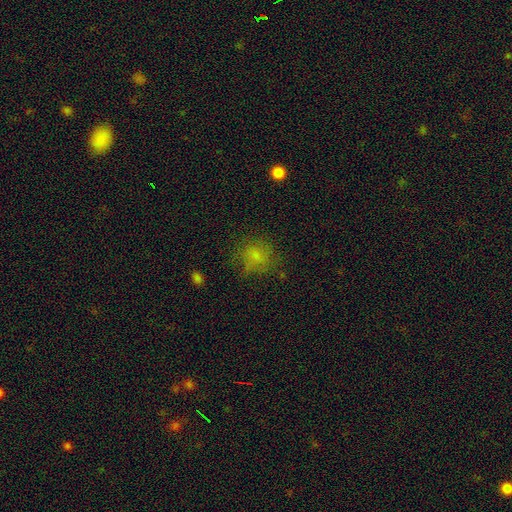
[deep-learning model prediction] Overall: smooth (67%). How rounded: round (78%). Merging: none (71%).